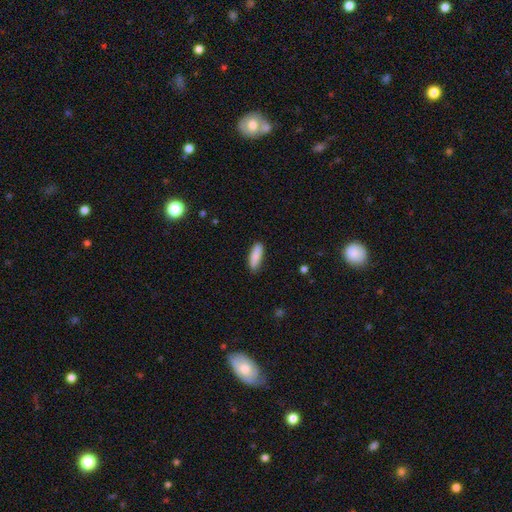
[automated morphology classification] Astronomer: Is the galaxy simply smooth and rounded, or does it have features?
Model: smooth — 88%.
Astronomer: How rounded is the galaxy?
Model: in between — 49%, tied with cigar-shaped at 49%.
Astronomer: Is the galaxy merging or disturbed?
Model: none — 84%.